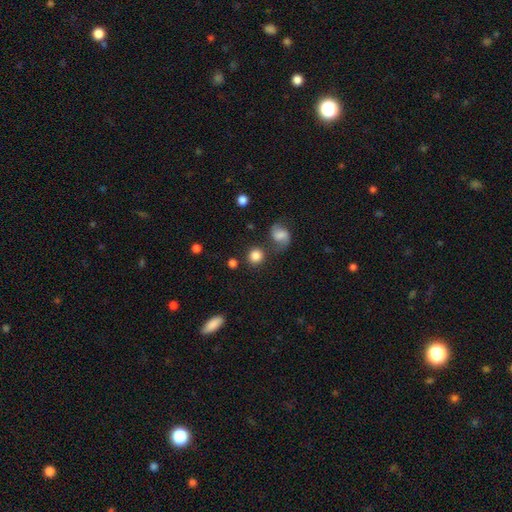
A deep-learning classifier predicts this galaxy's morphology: Smooth or featured?
  - smooth: 83% *
  - star or artifact: 9%
  - featured or disk: 8%
How rounded?
  - round: 89% *
  - in between: 10%
  - cigar-shaped: 1%
Merging?
  - none: 75% *
  - merger: 11%
  - minor disturbance: 10%
  - major disturbance: 4%